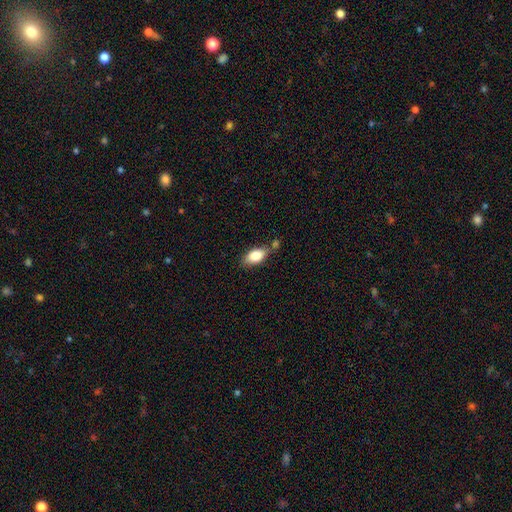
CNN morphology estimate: Smooth or featured: smooth — 80% (featured or disk — 13%)
How rounded: in between — 88% (cigar-shaped — 6%)
Merging: none — 58% (minor disturbance — 20%)